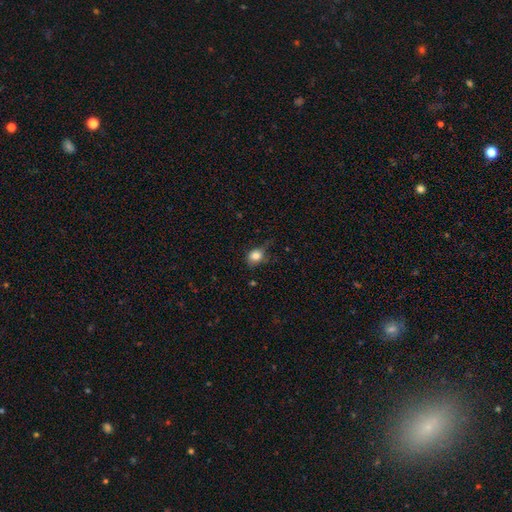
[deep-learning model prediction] Smooth or featured? Predicted: smooth (p=0.82). How rounded? Predicted: in between (p=0.51). Merging? Predicted: none (p=0.49).